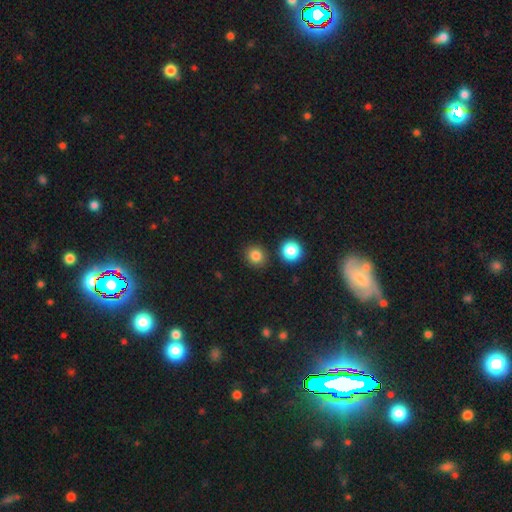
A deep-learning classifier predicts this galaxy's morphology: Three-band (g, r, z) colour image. It shows a smooth galaxy with no disk features (83%) that is round (85%). Merging: none (86%).